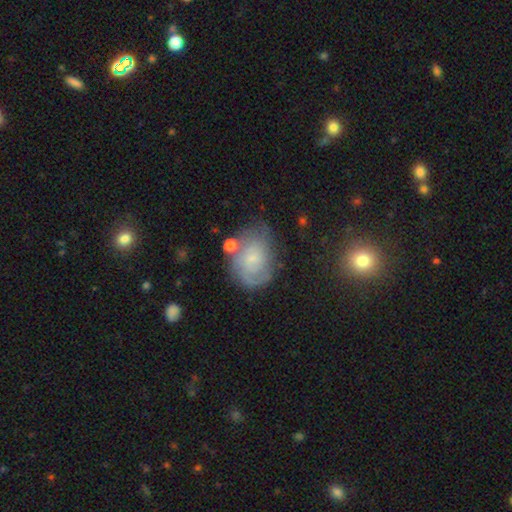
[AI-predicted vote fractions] A featured or disk galaxy (55%) with no bar (69%), spiral arms (81%) and a small central bulge (66%).

Vote fractions:
- Smooth or featured? featured or disk: 55% / smooth: 35% / star or artifact: 9%
- Edge-on disk? no: 97% / yes: 3%
- Bar? no: 69% / weak: 28% / strong: 4%
- Spiral arms? yes: 81% / no: 19%
- Bulge size? small: 66% / moderate: 19% / none: 11% / large: 2% / dominant: 1%
- Merging? none: 59% / minor disturbance: 23% / major disturbance: 11% / merger: 7%